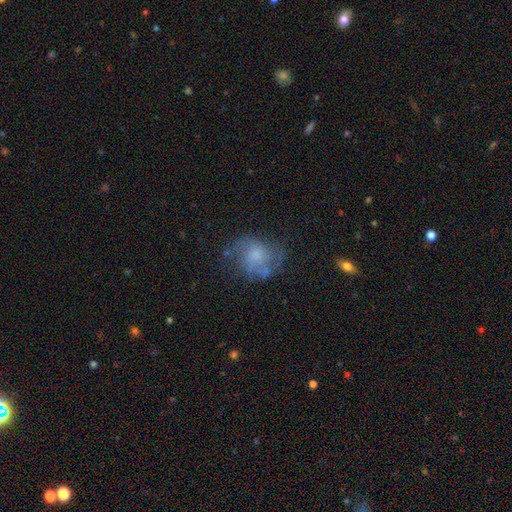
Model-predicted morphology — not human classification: This appears to be a featured or disk galaxy (58%) with no bar (73%), spiral arms (78%) and a moderate central bulge (34%). Merging: none (61%).